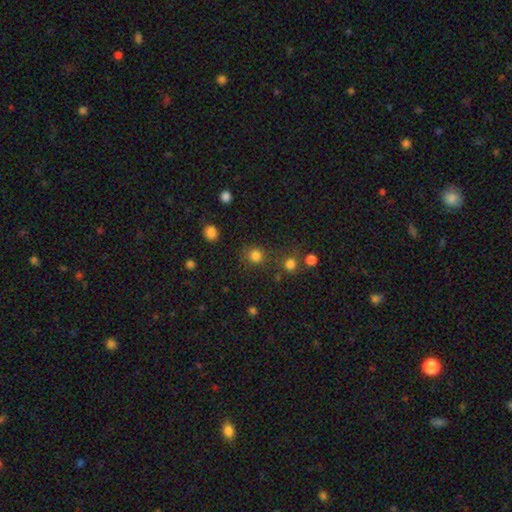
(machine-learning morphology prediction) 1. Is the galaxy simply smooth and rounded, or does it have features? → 80% smooth, 15% star or artifact, 5% featured or disk.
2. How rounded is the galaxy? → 92% round, 7% in between, 1% cigar-shaped.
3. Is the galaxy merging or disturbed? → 77% none, 9% merger, 9% minor disturbance, 5% major disturbance.